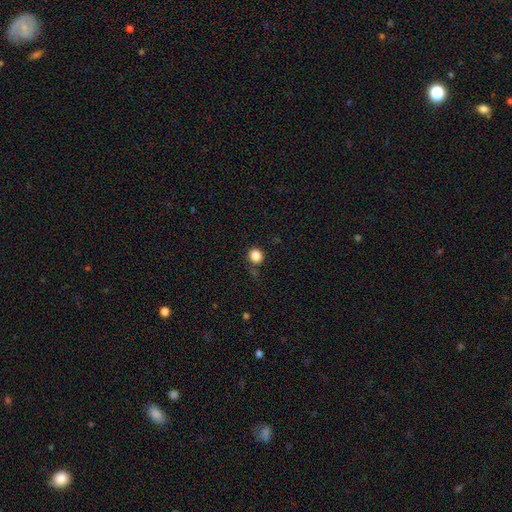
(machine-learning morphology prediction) smooth-or-featured: smooth: 86% | star or artifact: 11% | featured or disk: 3%
  how-rounded: round: 88% | in between: 11% | cigar-shaped: 1%
  merging: none: 82% | minor disturbance: 11% | major disturbance: 4% | merger: 3%